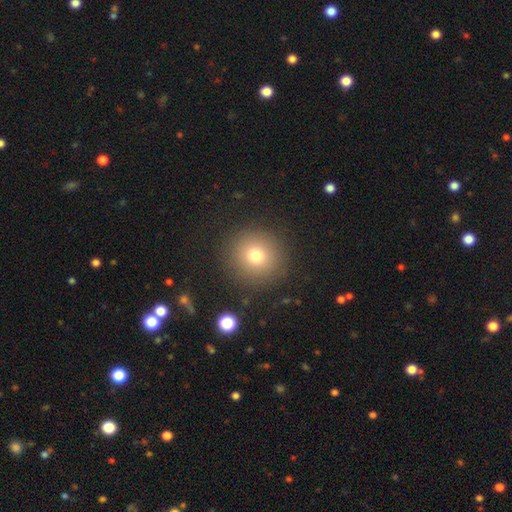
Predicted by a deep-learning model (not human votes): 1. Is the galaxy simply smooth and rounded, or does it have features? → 76% smooth, 14% star or artifact, 11% featured or disk.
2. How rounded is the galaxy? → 94% round, 5% in between, 1% cigar-shaped.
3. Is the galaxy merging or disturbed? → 89% none, 7% minor disturbance, 3% major disturbance, 2% merger.